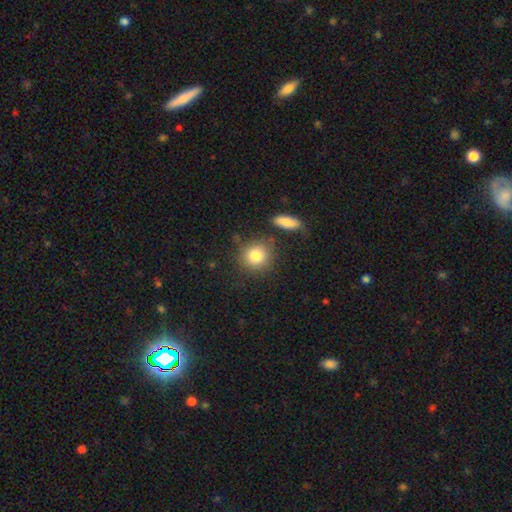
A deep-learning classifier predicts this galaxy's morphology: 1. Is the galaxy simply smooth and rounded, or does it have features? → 83% smooth, 9% star or artifact, 8% featured or disk.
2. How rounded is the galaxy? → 86% round, 13% in between, 1% cigar-shaped.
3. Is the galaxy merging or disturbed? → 78% none, 11% minor disturbance, 7% merger, 4% major disturbance.